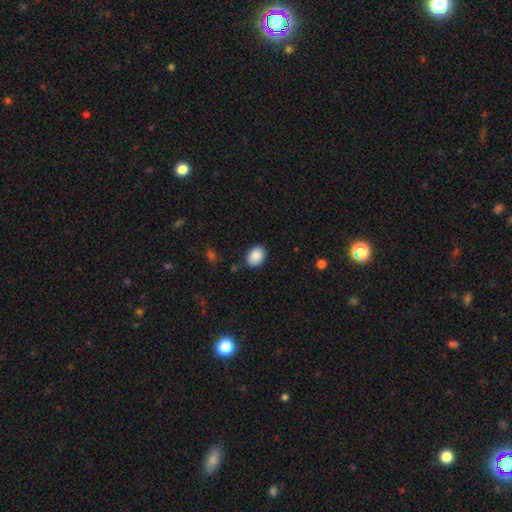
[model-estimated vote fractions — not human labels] smooth 89%, star or artifact 7%, featured or disk 4%. Down the decision tree: how rounded — in between (70%); merging — none (84%).